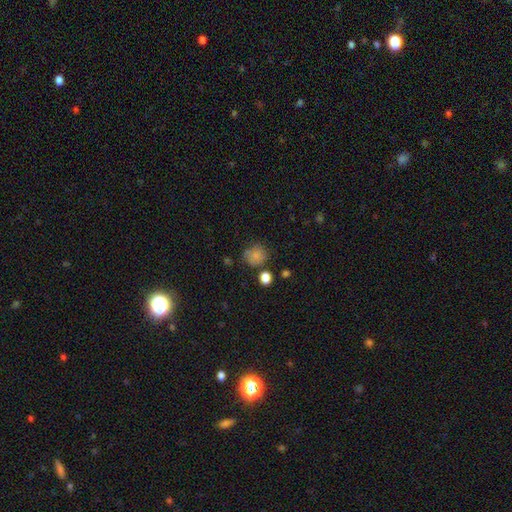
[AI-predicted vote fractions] This is likely a smooth galaxy (78%). How rounded: clearly round (81%). Merging: likely none (66%).